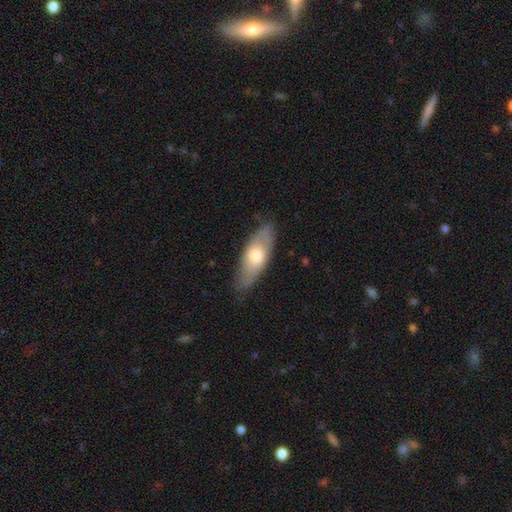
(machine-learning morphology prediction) A smooth galaxy with no disk features (57%) that is in between round and cigar-shaped (71%). Merging: none (79%).